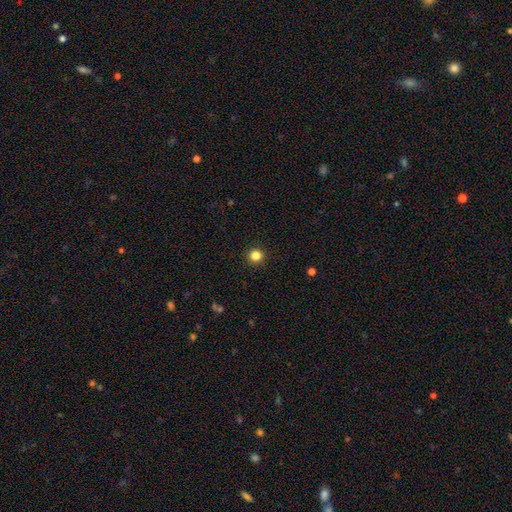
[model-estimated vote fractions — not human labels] Smooth or featured? smooth (83%)
How rounded? round (94%)
Merging? none (93%)